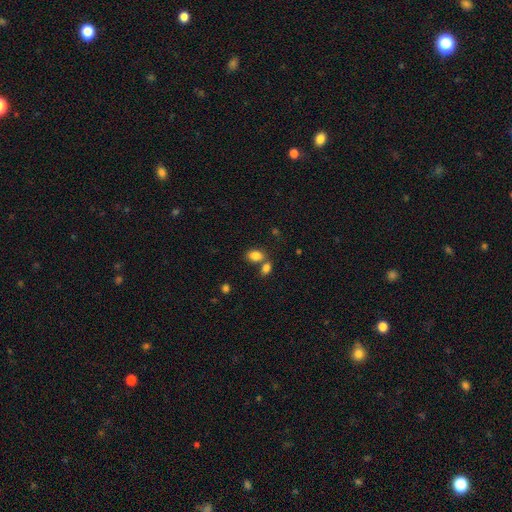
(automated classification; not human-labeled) Morphology: type=smooth (83%); roundness=in between (79%); merging=none (53%).